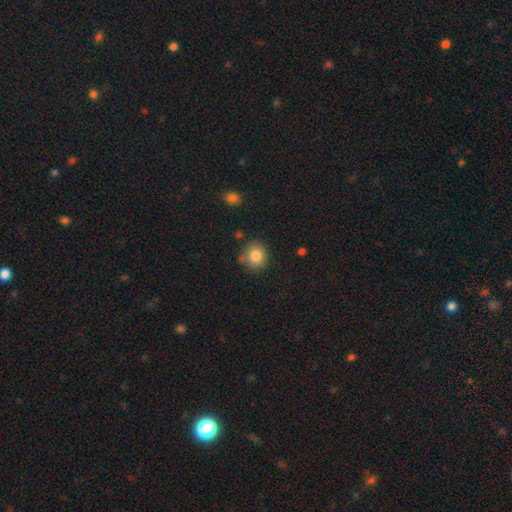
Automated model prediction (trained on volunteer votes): Overall: smooth (85%). How rounded: round (82%). Merging: none (76%).